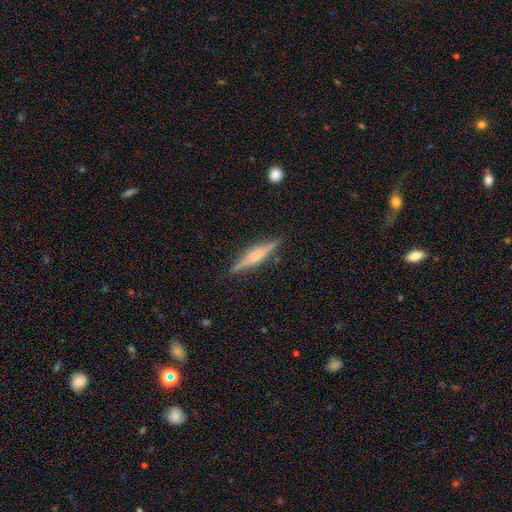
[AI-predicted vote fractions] Smooth or featured: featured or disk — 70% (smooth — 23%)
Edge-on disk: yes — 98% (no — 2%)
Edge-on bulge: rounded — 69% (boxy — 22%)
Merging: none — 88% (minor disturbance — 8%)